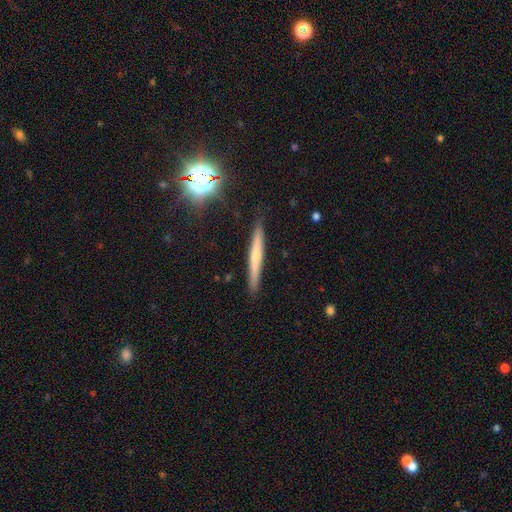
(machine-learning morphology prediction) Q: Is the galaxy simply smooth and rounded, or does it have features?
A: featured or disk — 48%.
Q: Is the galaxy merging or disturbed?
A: none — 89%.